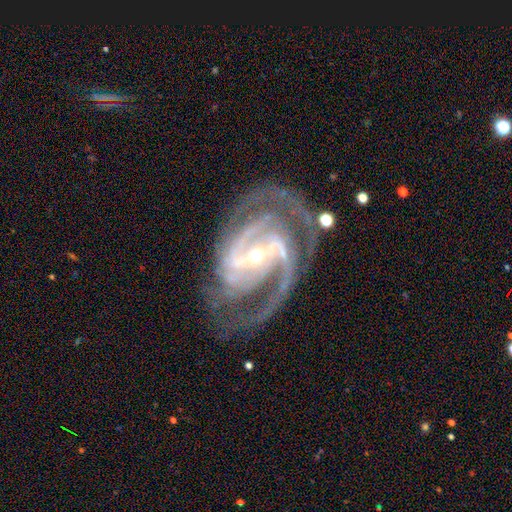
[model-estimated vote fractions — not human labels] This is clearly a featured or disk galaxy (93%). It is clearly not viewed edge-on (97%). Bar: likely strong (63%). Spiral arm pattern: clearly yes (98%). Spiral arm count: possibly 2 (46%). Spiral winding: possibly medium (52%). Central bulge: likely small (67%). Merging: likely none (66%).